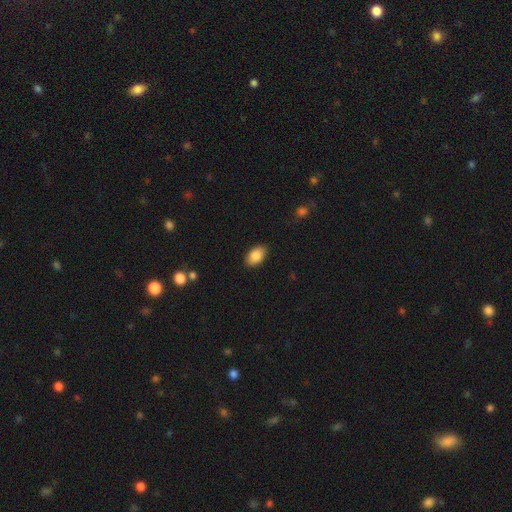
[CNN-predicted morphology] type=smooth (87%); roundness=in between (91%); merging=none (88%).